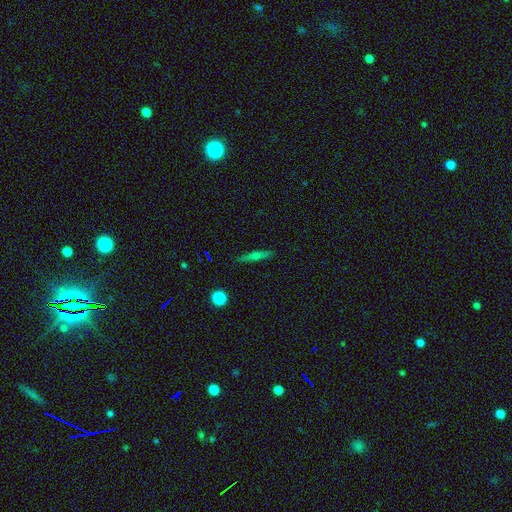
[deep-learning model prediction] A featured or disk galaxy (58%) viewed edge-on (96%) with a rounded central bulge (77%). Merging: none (90%).